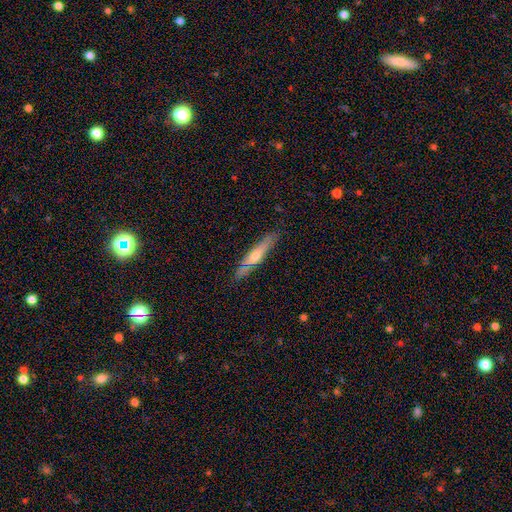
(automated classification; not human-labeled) Overall: featured or disk (57%; smooth 34%). Edge-on disk: yes (90%). Edge-on bulge: rounded (72%). Merging: none (83%).